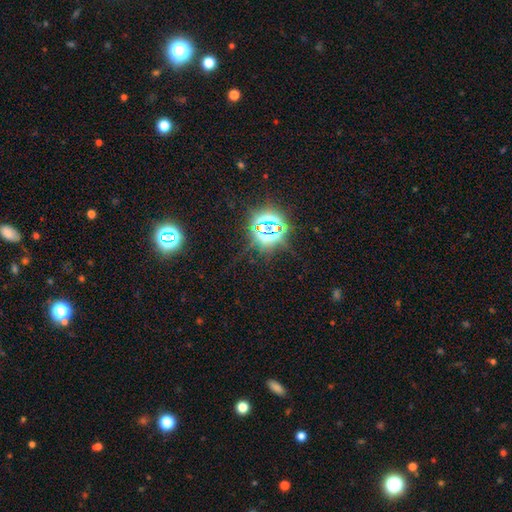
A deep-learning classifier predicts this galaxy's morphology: star or artifact 80%, smooth 13%, featured or disk 6%.